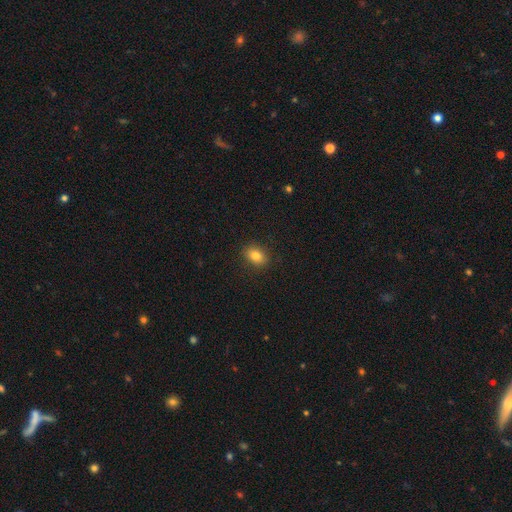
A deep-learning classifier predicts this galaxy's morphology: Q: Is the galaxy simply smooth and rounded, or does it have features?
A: smooth — 83%.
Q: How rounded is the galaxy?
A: in between — 69%.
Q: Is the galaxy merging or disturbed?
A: none — 89%.